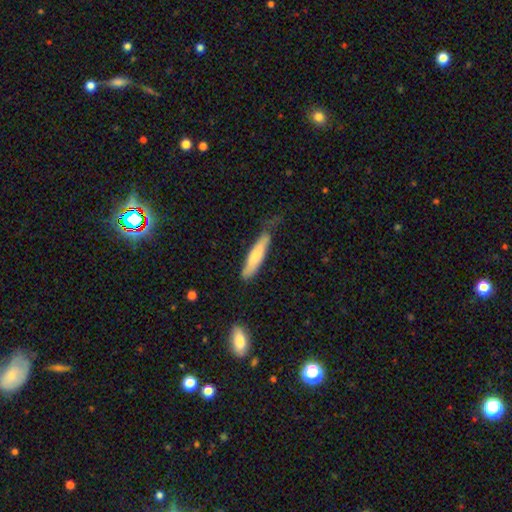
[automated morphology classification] smooth 69%, featured or disk 25%, star or artifact 5%. Down the decision tree: how rounded — cigar-shaped (82%); merging — none (62%).